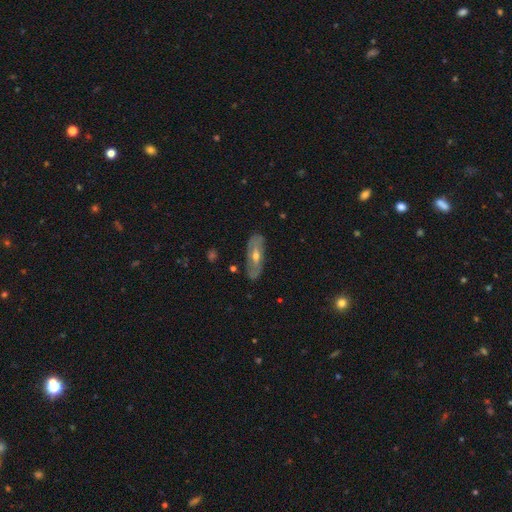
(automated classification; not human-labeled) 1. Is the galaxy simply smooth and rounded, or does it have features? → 66% featured or disk, 27% smooth, 7% star or artifact.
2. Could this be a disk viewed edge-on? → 78% no, 22% yes.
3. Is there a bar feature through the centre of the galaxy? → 48% no, 35% weak, 17% strong.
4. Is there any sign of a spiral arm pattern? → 57% yes, 43% no.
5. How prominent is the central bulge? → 63% moderate, 32% small, 2% large, 1% none, 1% dominant.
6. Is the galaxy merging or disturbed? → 82% none, 13% minor disturbance, 3% major disturbance, 1% merger.